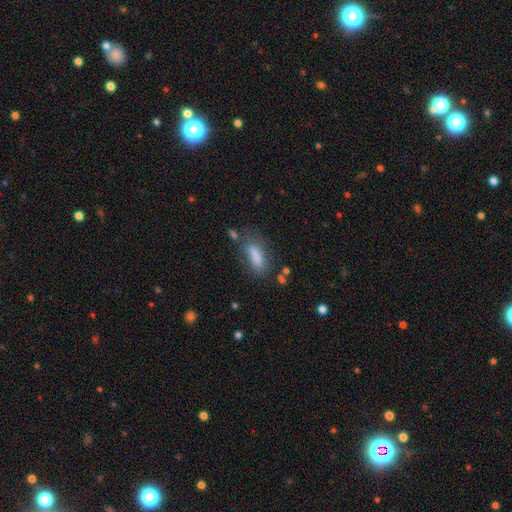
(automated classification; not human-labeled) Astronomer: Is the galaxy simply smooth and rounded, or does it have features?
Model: smooth — 78%.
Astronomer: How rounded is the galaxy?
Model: in between — 62%.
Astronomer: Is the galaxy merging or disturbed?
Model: none — 63%.